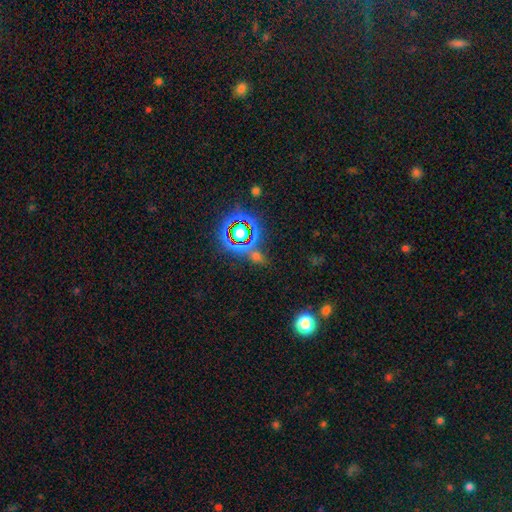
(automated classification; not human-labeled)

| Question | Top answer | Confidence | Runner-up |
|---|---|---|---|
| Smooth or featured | star or artifact | 59% | smooth (31%) |